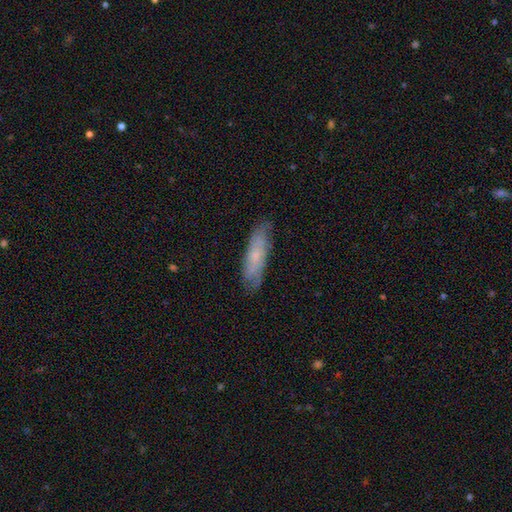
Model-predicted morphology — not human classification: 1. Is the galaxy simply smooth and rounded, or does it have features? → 50% smooth, 43% featured or disk, 7% star or artifact.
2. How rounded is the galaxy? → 66% cigar-shaped, 32% in between, 2% round.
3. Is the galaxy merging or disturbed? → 78% none, 17% minor disturbance, 4% major disturbance, 1% merger.